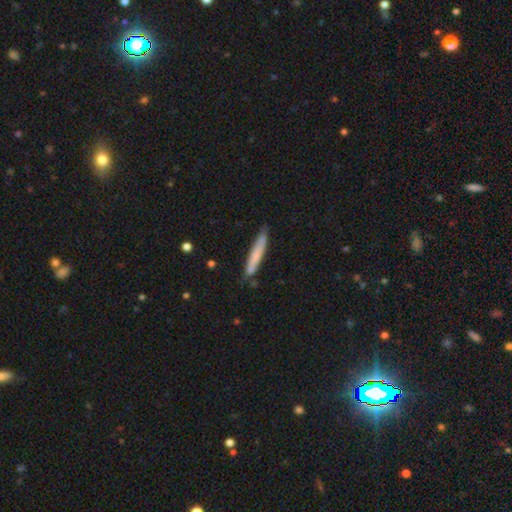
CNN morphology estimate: smooth-or-featured: smooth: 68% | featured or disk: 26% | star or artifact: 6%
  how-rounded: cigar-shaped: 94% | in between: 5% | round: 1%
  merging: none: 76% | minor disturbance: 18% | merger: 4% | major disturbance: 3%